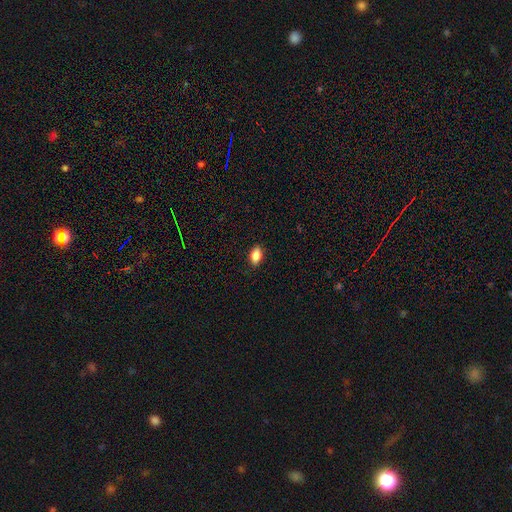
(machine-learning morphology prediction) Overall: smooth (86%). How rounded: in between (89%). Merging: none (87%).